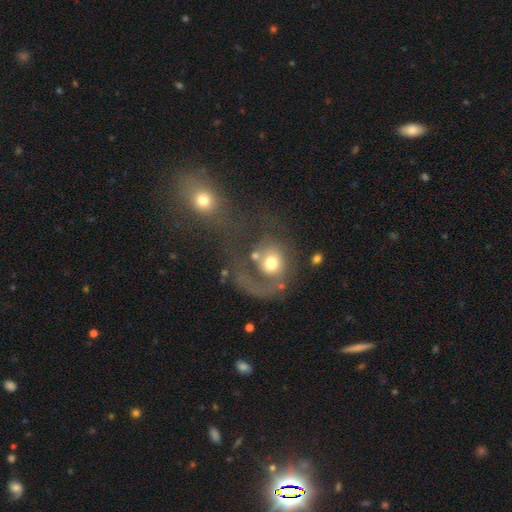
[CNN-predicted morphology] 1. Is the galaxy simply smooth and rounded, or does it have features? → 48% featured or disk, 42% smooth, 10% star or artifact.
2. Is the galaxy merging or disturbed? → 34% major disturbance, 29% merger, 26% none, 11% minor disturbance.